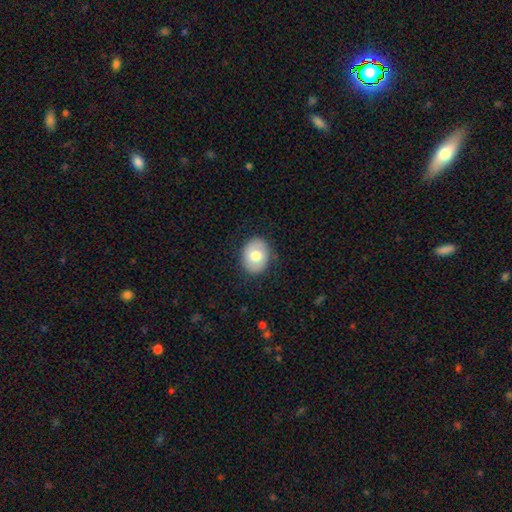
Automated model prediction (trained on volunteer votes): Smooth or featured? smooth (69%)
How rounded? in between (55%)
Merging? none (85%)